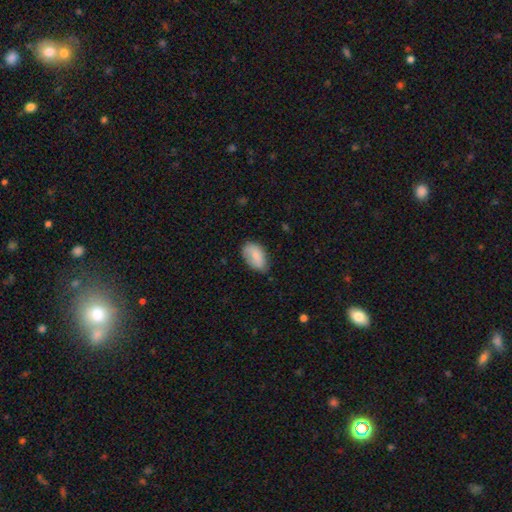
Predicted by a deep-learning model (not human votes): The model was most divided on "merging": none: 59%, minor disturbance: 32%, major disturbance: 6%, merger: 2%. More confident: how rounded — in between (92%); smooth or featured — smooth (82%).